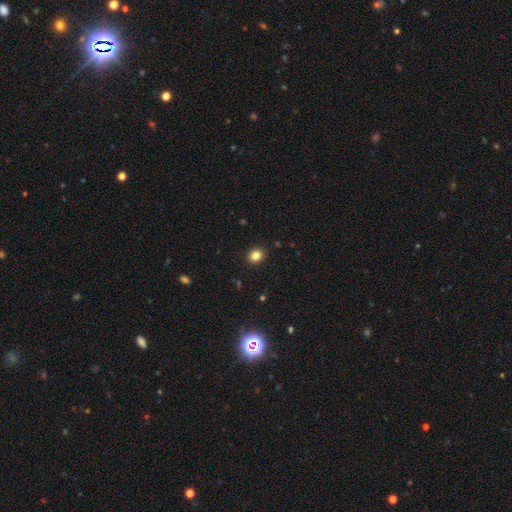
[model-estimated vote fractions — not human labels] The model was most divided on "how rounded": round: 71%, in between: 28%, cigar-shaped: 1%. More confident: merging — none (91%); smooth or featured — smooth (83%).